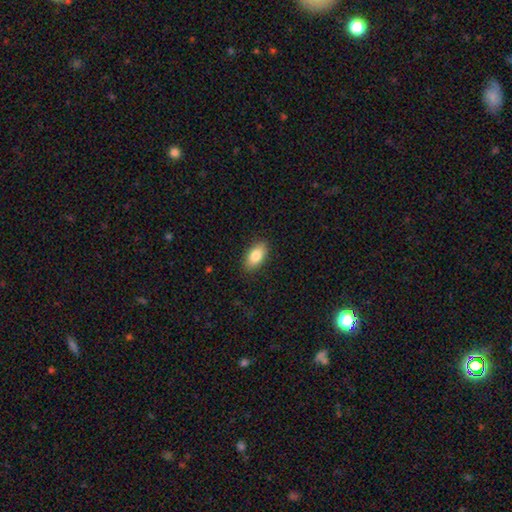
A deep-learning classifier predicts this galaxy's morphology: Smooth or featured? smooth (84%)
How rounded? in between (91%)
Merging? none (88%)